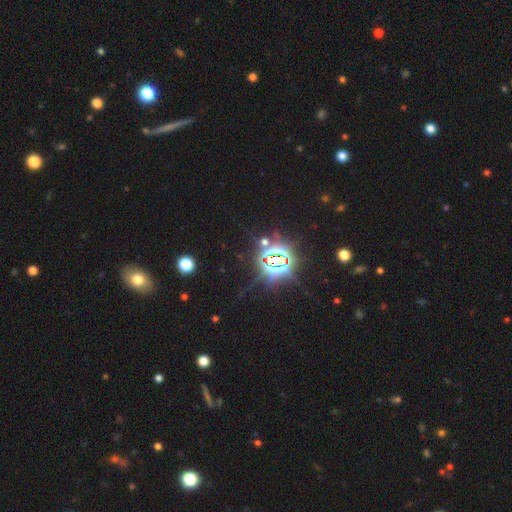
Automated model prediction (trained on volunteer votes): Smooth or featured? star or artifact (80%)